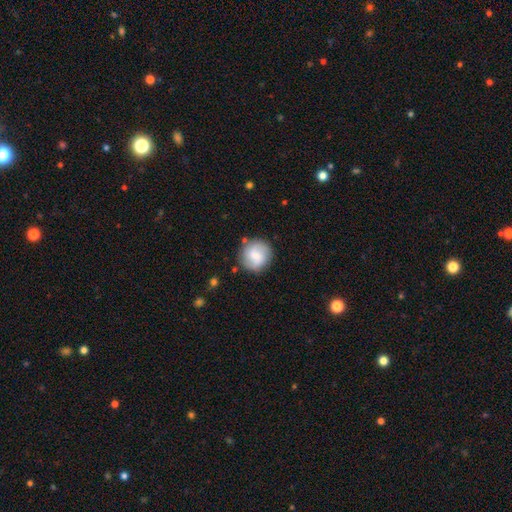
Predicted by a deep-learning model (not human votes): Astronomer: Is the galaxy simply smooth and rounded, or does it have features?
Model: smooth — 58% (runner-up: featured or disk, 35%).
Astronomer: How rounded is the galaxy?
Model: round — 92%.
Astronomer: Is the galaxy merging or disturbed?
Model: none — 82%.